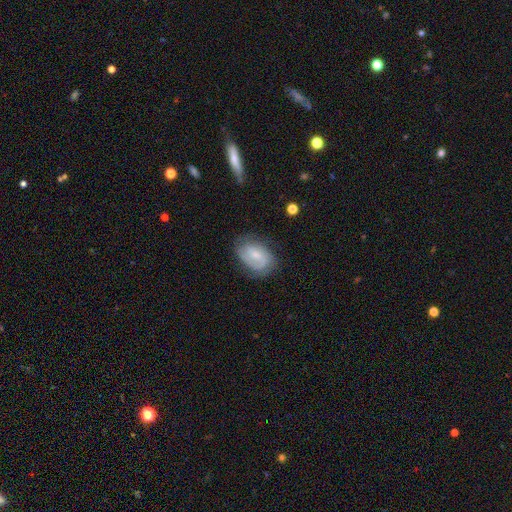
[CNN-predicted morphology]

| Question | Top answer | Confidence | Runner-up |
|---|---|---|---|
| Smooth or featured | featured or disk | 59% | smooth (34%) |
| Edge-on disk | no | 96% | yes (4%) |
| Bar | weak | 49% | no (38%) |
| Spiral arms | yes | 83% | no (17%) |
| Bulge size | small | 58% | moderate (30%) |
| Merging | none | 64% | minor disturbance (24%) |